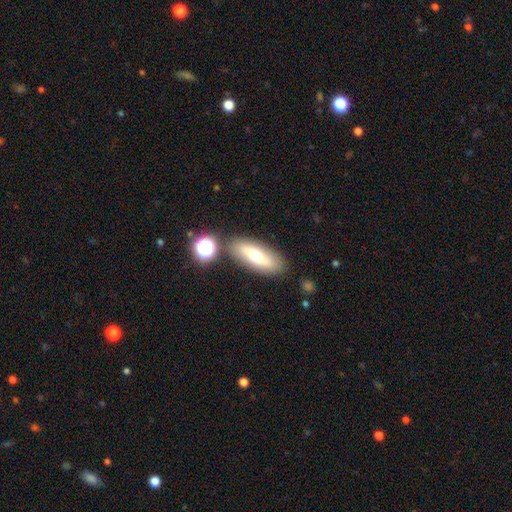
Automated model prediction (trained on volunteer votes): The model was most divided on "smooth or featured": smooth: 63%, featured or disk: 29%, star or artifact: 9%. More confident: merging — none (78%); how rounded — in between (68%).